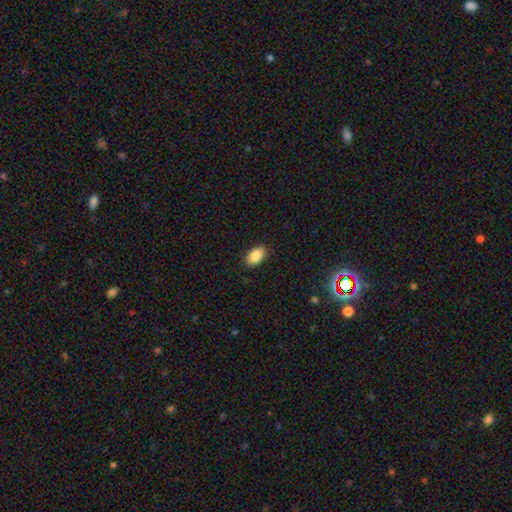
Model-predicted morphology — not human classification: smooth-or-featured: smooth: 87% | star or artifact: 8% | featured or disk: 6%
  how-rounded: in between: 92% | round: 7% | cigar-shaped: 2%
  merging: none: 88% | minor disturbance: 9% | major disturbance: 2% | merger: 1%